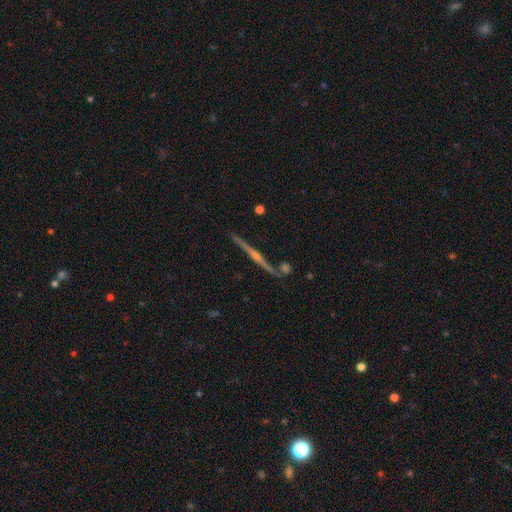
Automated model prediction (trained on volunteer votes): smooth_or_featured: featured or disk (p=0.86) [alt: smooth p=0.08]
disk_edge_on: yes (p=0.98) [alt: no p=0.02]
edge_on_bulge: rounded (p=0.86) [alt: none p=0.08]
merging: none (p=0.83) [alt: minor disturbance p=0.09]